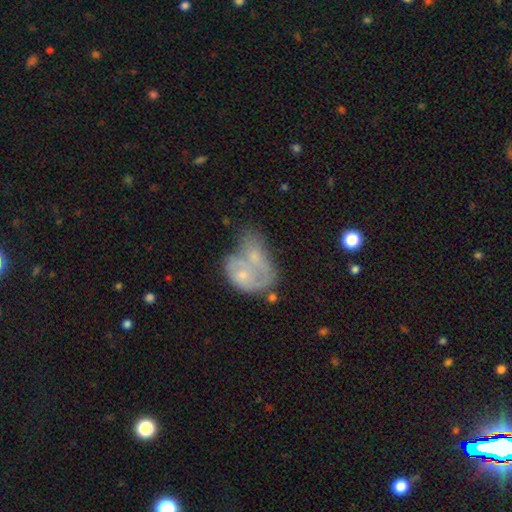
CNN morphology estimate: Overall: featured or disk (46%, tied with smooth). Merging: merger (60%).